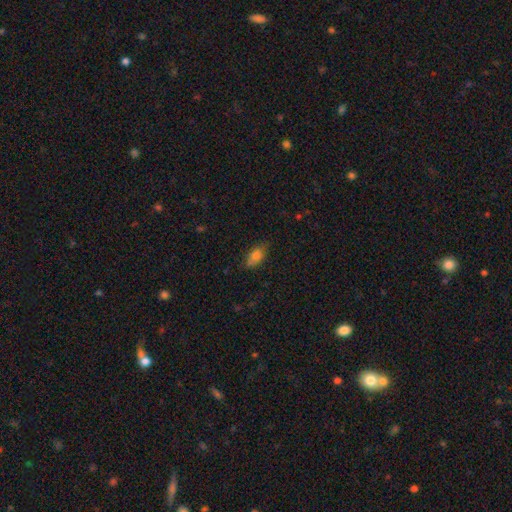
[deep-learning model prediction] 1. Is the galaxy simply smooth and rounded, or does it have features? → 77% smooth, 13% featured or disk, 10% star or artifact.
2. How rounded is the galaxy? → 87% in between, 7% cigar-shaped, 6% round.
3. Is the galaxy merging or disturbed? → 70% none, 23% minor disturbance, 5% major disturbance, 2% merger.